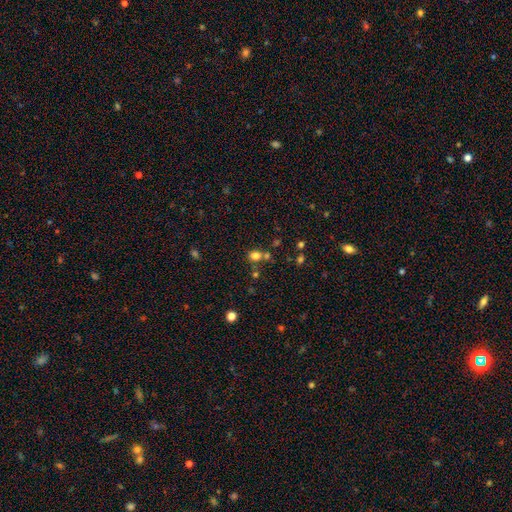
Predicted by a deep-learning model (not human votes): This appears to be a smooth galaxy with no disk features (75%) that is round (72%). Merging: none (60%).